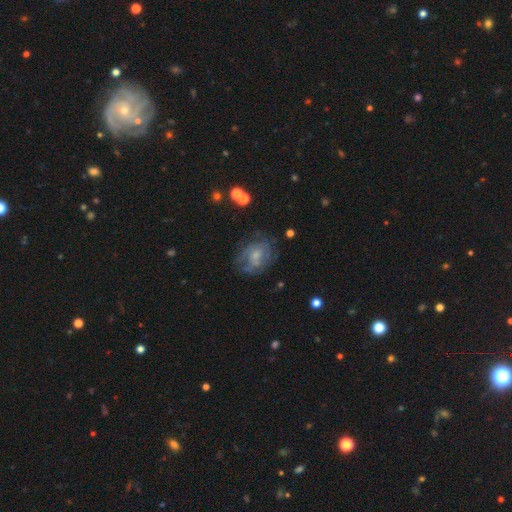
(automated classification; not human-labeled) Smooth or featured: featured or disk — 56% (smooth — 33%)
Edge-on disk: no — 97% (yes — 3%)
Bar: no — 71% (weak — 25%)
Spiral arms: yes — 56% (no — 44%)
Bulge size: small — 53% (moderate — 33%)
Merging: none — 58% (minor disturbance — 23%)